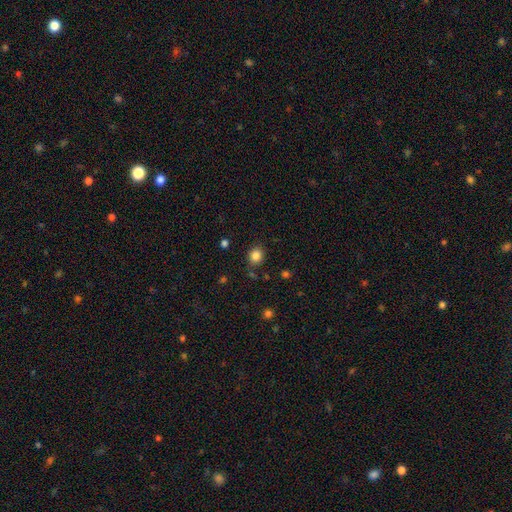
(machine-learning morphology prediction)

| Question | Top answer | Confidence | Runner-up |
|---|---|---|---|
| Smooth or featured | smooth | 84% | star or artifact (12%) |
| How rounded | round | 70% | in between (29%) |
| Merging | none | 82% | minor disturbance (11%) |